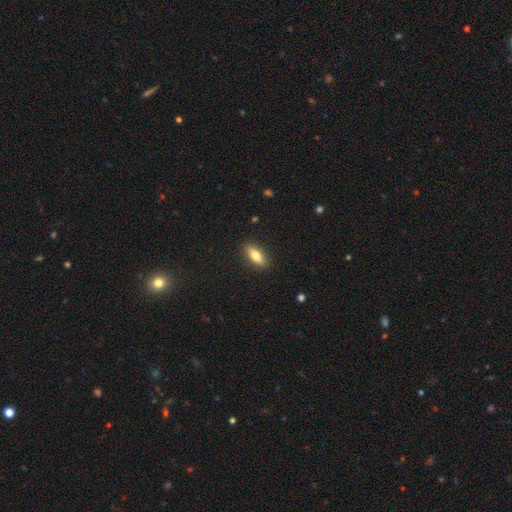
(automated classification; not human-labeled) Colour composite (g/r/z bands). It shows a smooth galaxy with no disk features (75%) that is in between round and cigar-shaped (72%). Merging: none (88%).